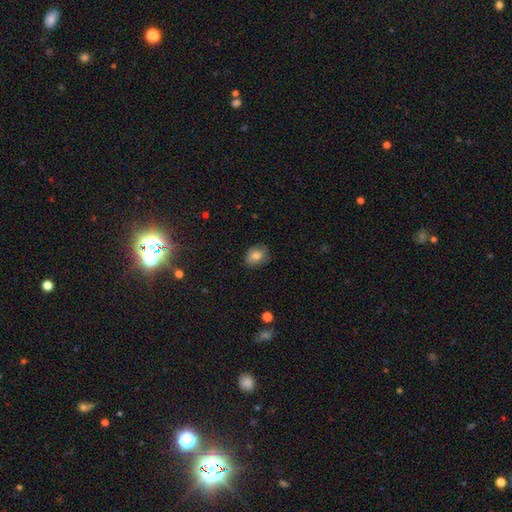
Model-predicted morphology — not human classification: Smooth or featured?
  - smooth: 79% *
  - featured or disk: 11%
  - star or artifact: 10%
How rounded?
  - in between: 59% *
  - round: 39%
  - cigar-shaped: 1%
Merging?
  - none: 81% *
  - minor disturbance: 15%
  - major disturbance: 3%
  - merger: 1%